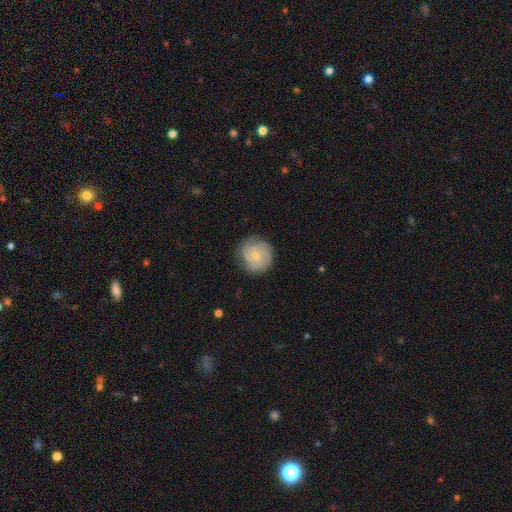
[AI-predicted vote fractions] Smooth or featured? Predicted: featured or disk (p=0.52). Edge-on disk? Predicted: no (p=0.98). Bar? Predicted: no (p=0.76). Spiral arms? Predicted: yes (p=0.87). Bulge size? Predicted: small (p=0.73). Merging? Predicted: none (p=0.76).